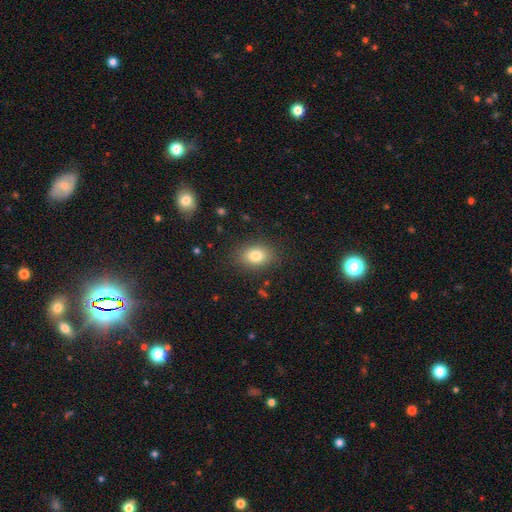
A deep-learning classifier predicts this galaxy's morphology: smooth 81%, star or artifact 10%, featured or disk 9%. Down the decision tree: how rounded — in between (73%); merging — none (86%).